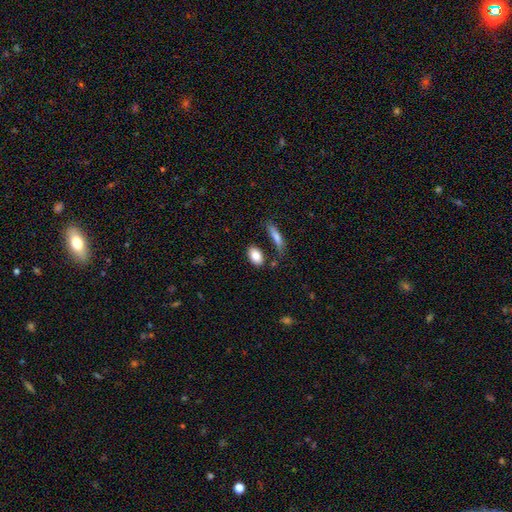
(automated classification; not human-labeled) smooth-or-featured: smooth: 84% | featured or disk: 9% | star or artifact: 7%
  how-rounded: in between: 88% | round: 8% | cigar-shaped: 4%
  merging: none: 72% | minor disturbance: 14% | merger: 9% | major disturbance: 5%